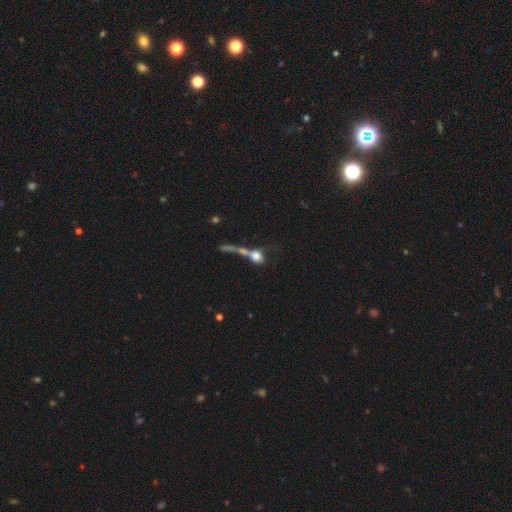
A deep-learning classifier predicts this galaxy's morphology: This appears to be a smooth galaxy with no disk features (64%) that is round (54%). Merging: merger (49%).